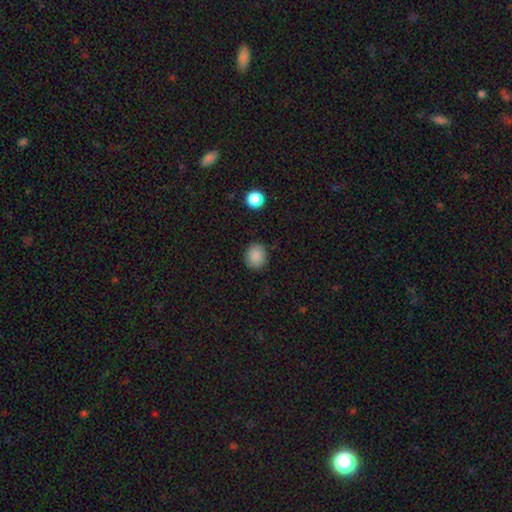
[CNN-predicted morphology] Q: Smooth or featured?
A: smooth (87%); runner-up: star or artifact (9%)
Q: How rounded?
A: round (77%); runner-up: in between (22%)
Q: Merging?
A: none (87%); runner-up: minor disturbance (9%)